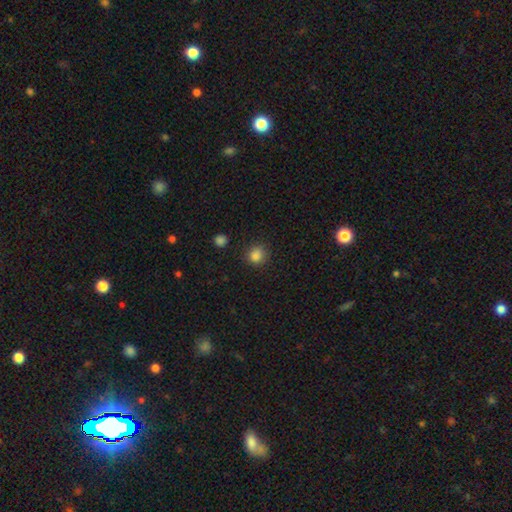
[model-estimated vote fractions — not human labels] This is clearly a smooth galaxy (84%). How rounded: clearly round (88%). Merging: clearly none (85%).